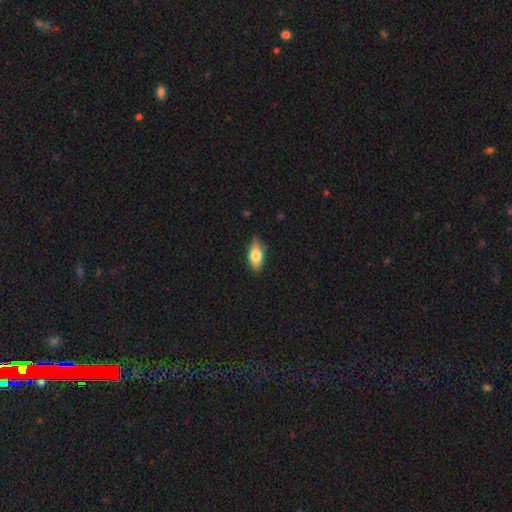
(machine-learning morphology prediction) Smooth or featured? Predicted: smooth (p=0.73). How rounded? Predicted: in between (p=0.86). Merging? Predicted: none (p=0.78).